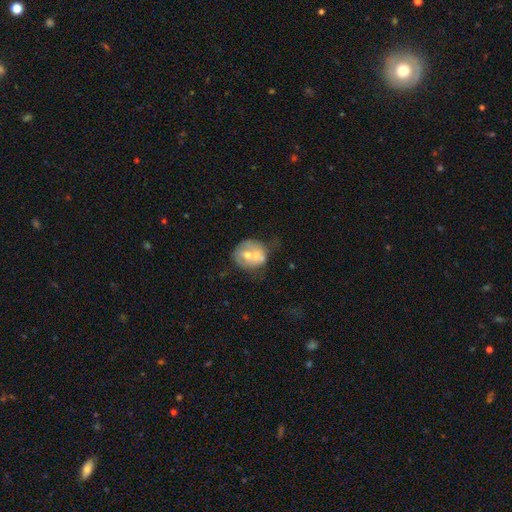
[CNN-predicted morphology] type=featured or disk (47%); merging=merger (51%).